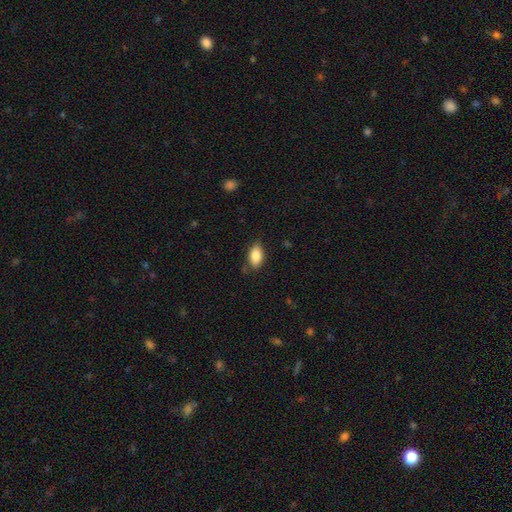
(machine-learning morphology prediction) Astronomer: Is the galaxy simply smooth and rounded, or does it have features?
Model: smooth — 86%.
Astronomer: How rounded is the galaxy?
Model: in between — 92%.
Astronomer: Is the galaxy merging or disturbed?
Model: none — 80%.